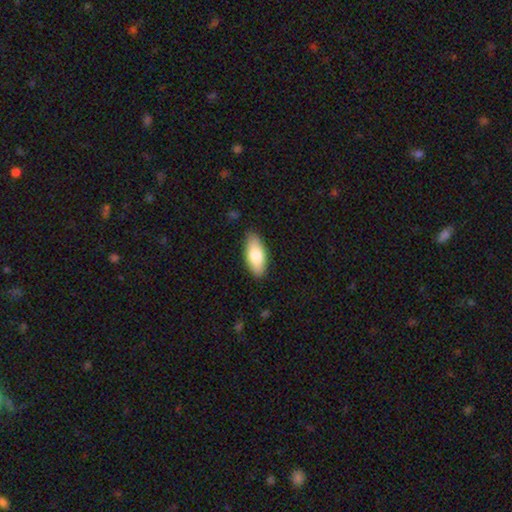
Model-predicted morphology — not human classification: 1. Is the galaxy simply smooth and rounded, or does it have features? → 80% smooth, 14% featured or disk, 6% star or artifact.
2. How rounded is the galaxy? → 86% in between, 12% cigar-shaped, 2% round.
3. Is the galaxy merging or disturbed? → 86% none, 11% minor disturbance, 2% major disturbance, 1% merger.